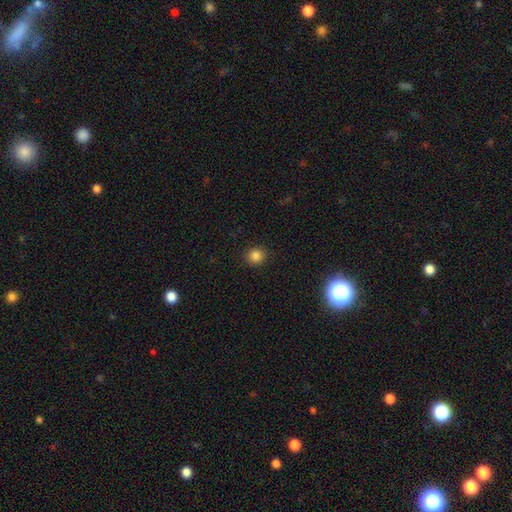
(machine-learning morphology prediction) Smooth or featured? Predicted: smooth (p=0.84). How rounded? Predicted: round (p=0.86). Merging? Predicted: none (p=0.90).